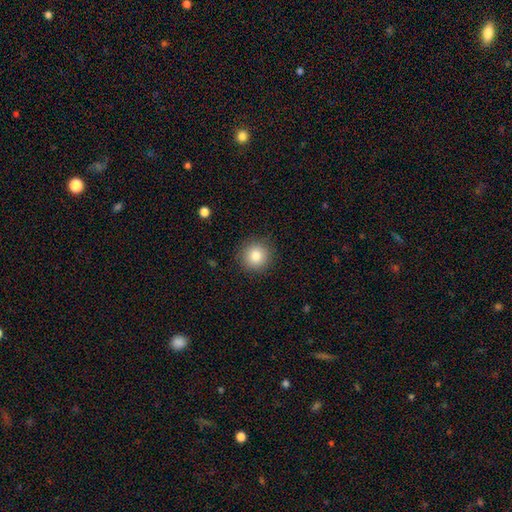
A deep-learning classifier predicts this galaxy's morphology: smooth_or_featured: smooth (p=0.83) [alt: star or artifact p=0.10]
how_rounded: round (p=0.94) [alt: in between p=0.05]
merging: none (p=0.90) [alt: minor disturbance p=0.07]